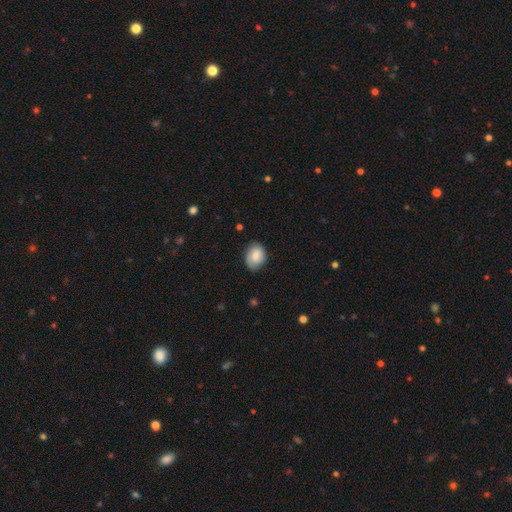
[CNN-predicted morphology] smooth-or-featured: smooth: 69% | featured or disk: 24% | star or artifact: 7%
  how-rounded: in between: 66% | round: 33% | cigar-shaped: 1%
  merging: none: 75% | minor disturbance: 19% | major disturbance: 4% | merger: 1%